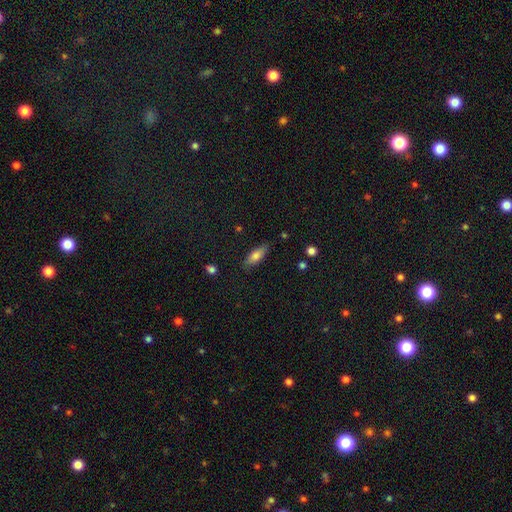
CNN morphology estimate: type=smooth (75%); roundness=in between (66%); merging=none (81%).